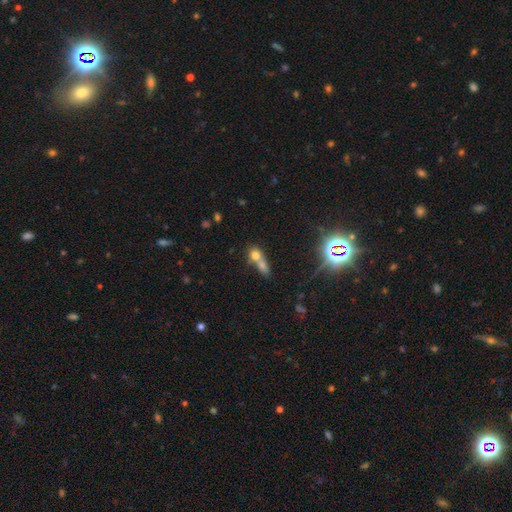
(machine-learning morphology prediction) smooth 66%, featured or disk 18%, star or artifact 16%. Down the decision tree: how rounded — round (54%); merging — merger (64%).